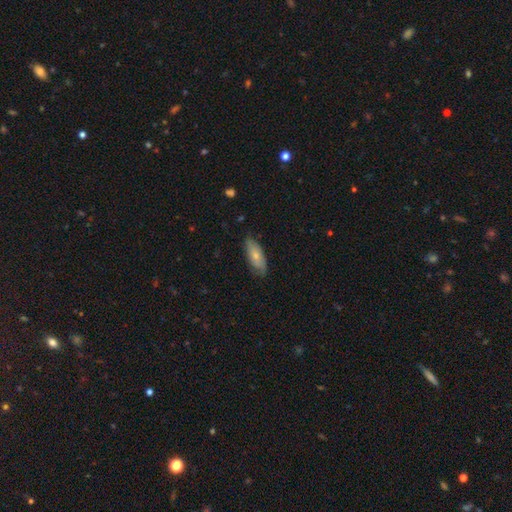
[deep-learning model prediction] smooth-or-featured: smooth: 65% | featured or disk: 29% | star or artifact: 6%
  how-rounded: in between: 77% | cigar-shaped: 21% | round: 2%
  merging: none: 72% | minor disturbance: 23% | major disturbance: 4% | merger: 1%